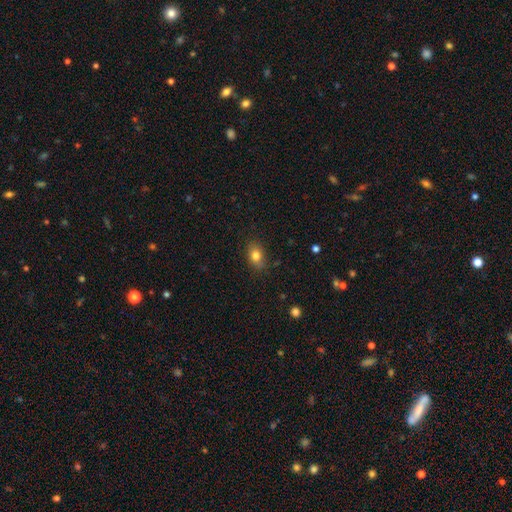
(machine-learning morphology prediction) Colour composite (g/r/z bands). It shows a smooth galaxy with no disk features (81%) that is in between round and cigar-shaped (74%). Merging: none (81%).